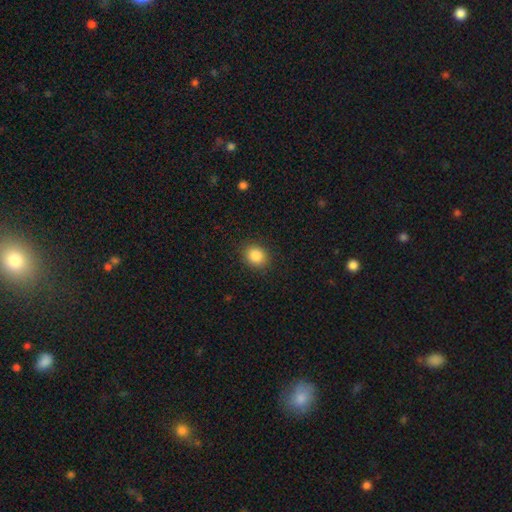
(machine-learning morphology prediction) Q: Smooth or featured?
A: smooth (86%); runner-up: star or artifact (9%)
Q: How rounded?
A: round (67%); runner-up: in between (32%)
Q: Merging?
A: none (89%); runner-up: minor disturbance (8%)